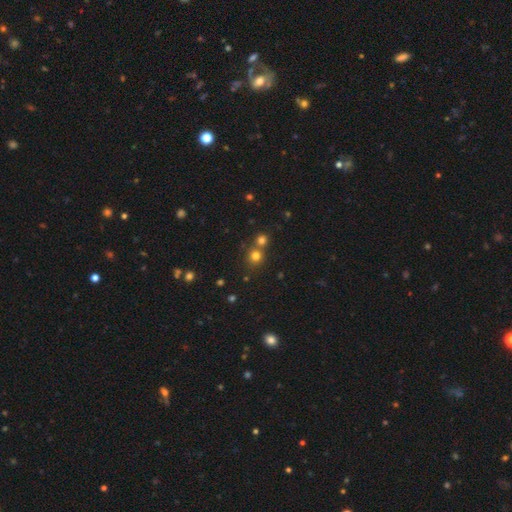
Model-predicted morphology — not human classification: Smooth or featured?
  - smooth: 75% *
  - star or artifact: 18%
  - featured or disk: 7%
How rounded?
  - round: 89% *
  - in between: 10%
  - cigar-shaped: 1%
Merging?
  - none: 62% *
  - merger: 30%
  - minor disturbance: 6%
  - major disturbance: 2%